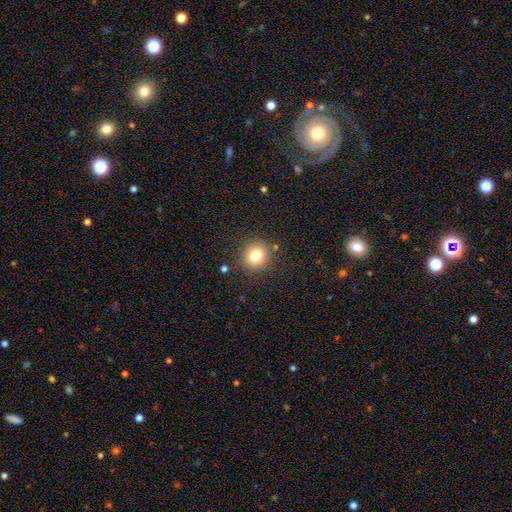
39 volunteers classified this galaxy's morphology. This appears to be a smooth galaxy with no disk features (82%) that is round (91%). Merging: none (92%).